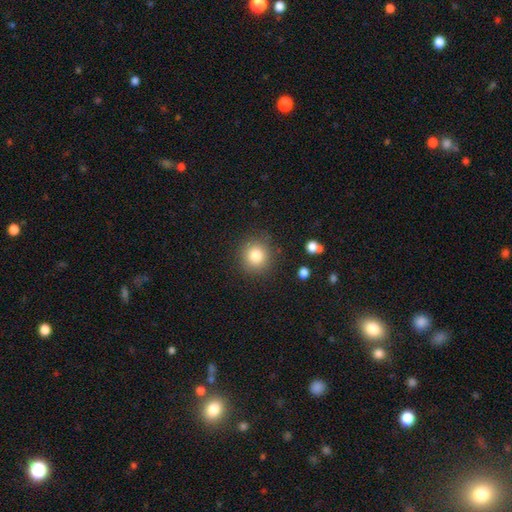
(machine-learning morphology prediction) A smooth galaxy with no disk features (81%) that is round (90%).

Vote fractions:
- Smooth or featured? smooth: 81% / star or artifact: 11% / featured or disk: 7%
- How rounded? round: 90% / in between: 9% / cigar-shaped: 1%
- Merging? none: 87% / minor disturbance: 9% / major disturbance: 3% / merger: 2%